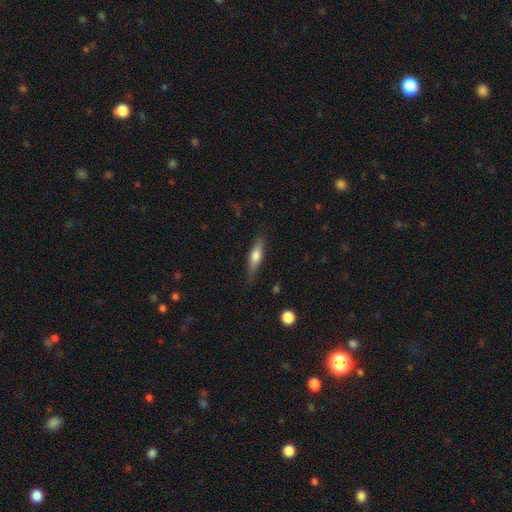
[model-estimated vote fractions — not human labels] The model was most divided on "smooth or featured": smooth: 55%, featured or disk: 38%, star or artifact: 7%. More confident: merging — none (82%); how rounded — cigar-shaped (68%).